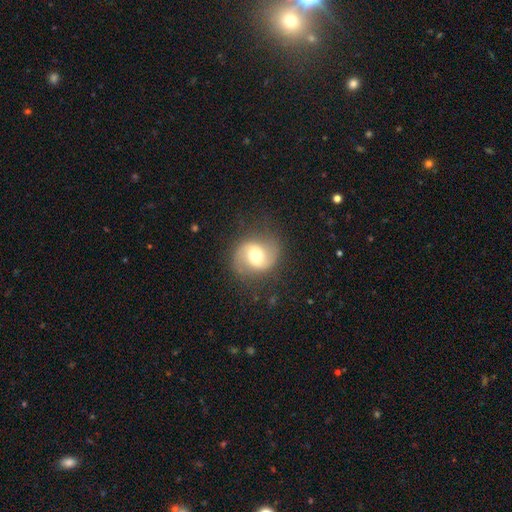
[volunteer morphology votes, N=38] Smooth or featured? featured or disk (82%)
Edge-on disk? no (100%)
Bar? weak (45%, tied with no)
Spiral arms? yes (97%)
Spiral winding? medium (53%)
Spiral arm count? 2 (97%)
Bulge size? moderate (68%)
Merging? none (81%)